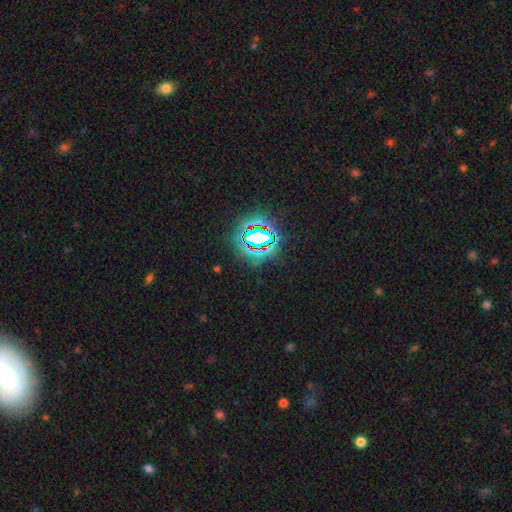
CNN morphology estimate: Smooth or featured? Predicted: star or artifact (p=0.77).